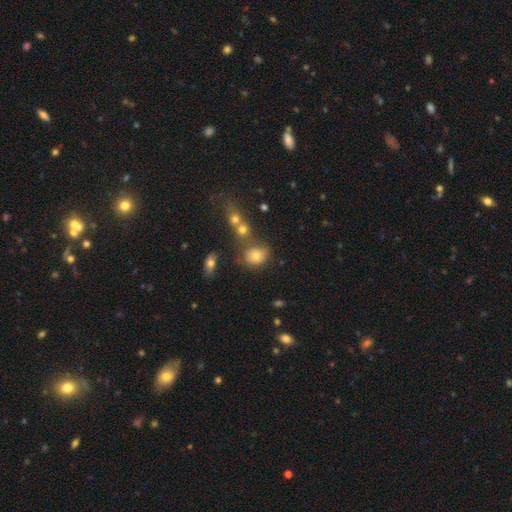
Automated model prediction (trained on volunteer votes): smooth 70%, featured or disk 16%, star or artifact 15%. Down the decision tree: how rounded — round (53%); merging — none (52%).